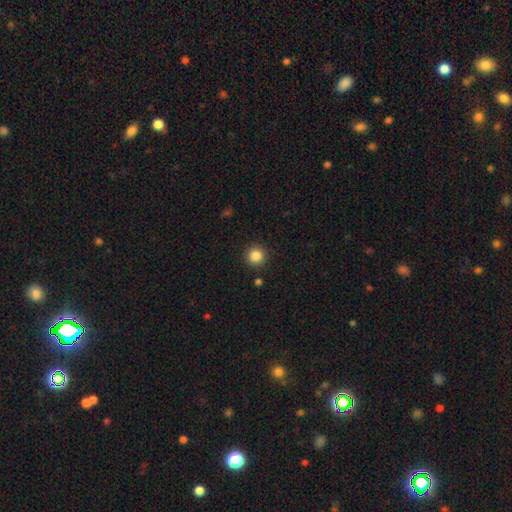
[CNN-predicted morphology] Smooth or featured? Predicted: smooth (p=0.86). How rounded? Predicted: round (p=0.95). Merging? Predicted: none (p=0.90).